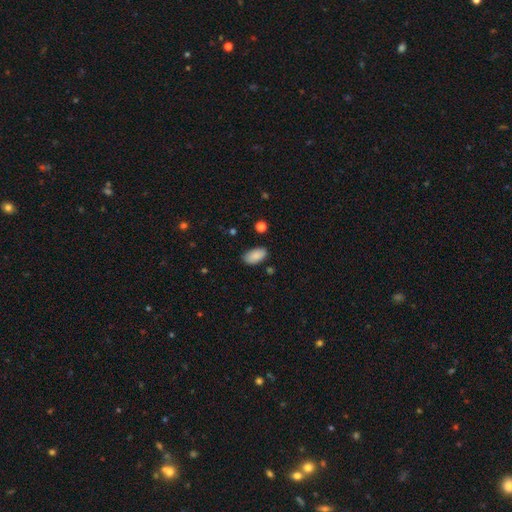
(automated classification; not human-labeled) Smooth or featured? Predicted: smooth (p=0.87). How rounded? Predicted: in between (p=0.94). Merging? Predicted: none (p=0.83).